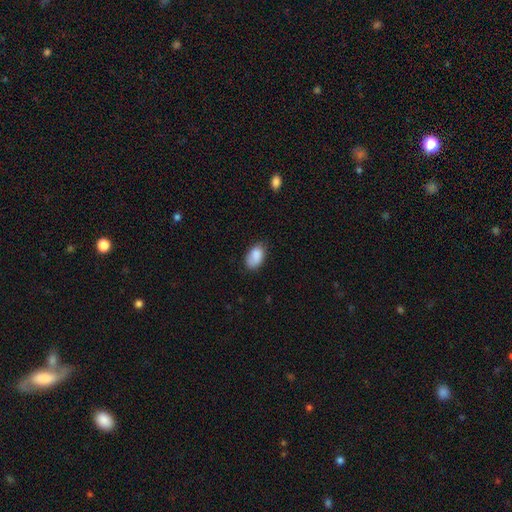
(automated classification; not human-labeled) A smooth galaxy with no disk features (88%) that is in between round and cigar-shaped (93%). Merging: none (72%).